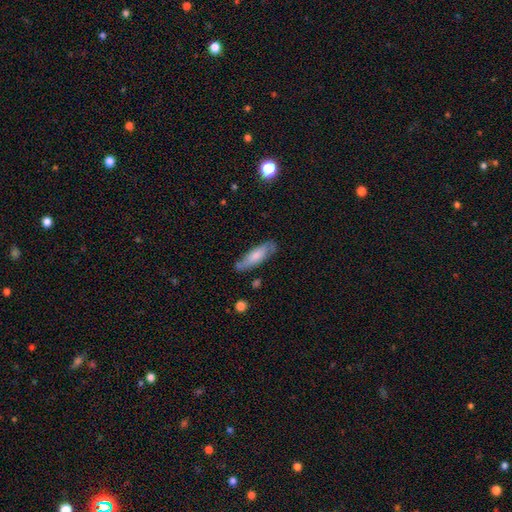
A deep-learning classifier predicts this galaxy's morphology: A smooth galaxy with no disk features (62%) that is cigar-shaped (54%). Merging: none (77%).